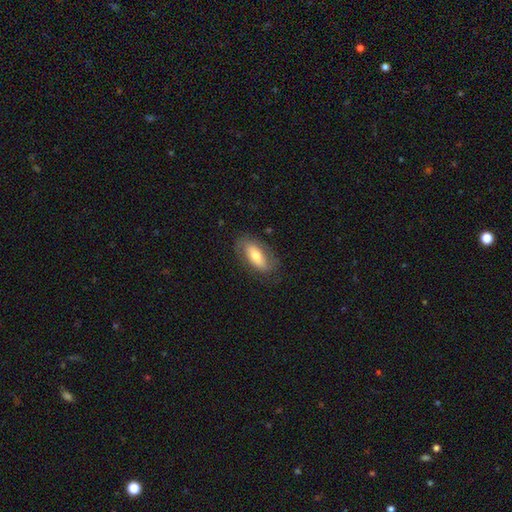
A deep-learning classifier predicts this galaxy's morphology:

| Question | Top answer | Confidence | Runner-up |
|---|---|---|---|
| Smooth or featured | smooth | 54% | featured or disk (39%) |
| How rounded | in between | 85% | cigar-shaped (12%) |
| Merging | none | 75% | minor disturbance (17%) |